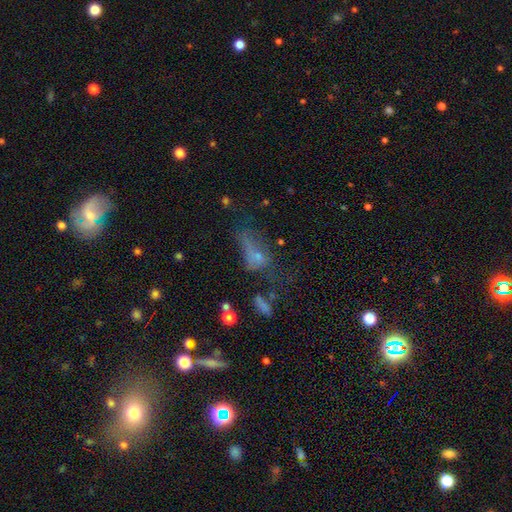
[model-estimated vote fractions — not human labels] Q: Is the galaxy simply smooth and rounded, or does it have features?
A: smooth — 48%.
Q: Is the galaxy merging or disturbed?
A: major disturbance — 43%.